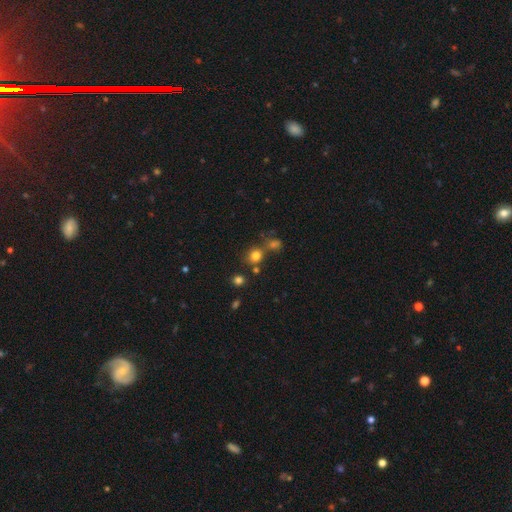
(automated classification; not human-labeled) A smooth galaxy with no disk features (76%) that is round (82%). Merging: none (66%).